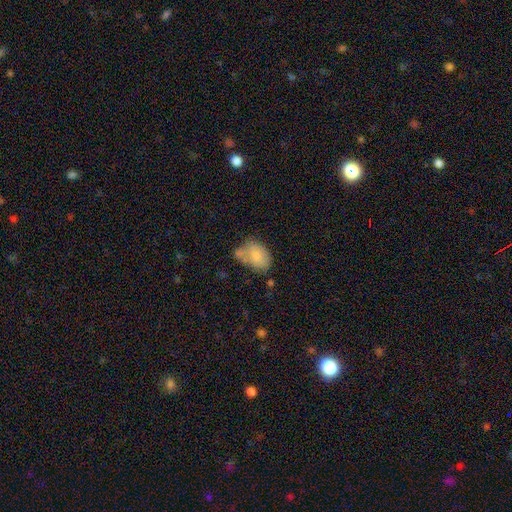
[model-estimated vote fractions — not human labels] Q: Smooth or featured?
A: smooth (77%); runner-up: featured or disk (16%)
Q: How rounded?
A: in between (81%); runner-up: round (18%)
Q: Merging?
A: none (45%); runner-up: minor disturbance (27%)